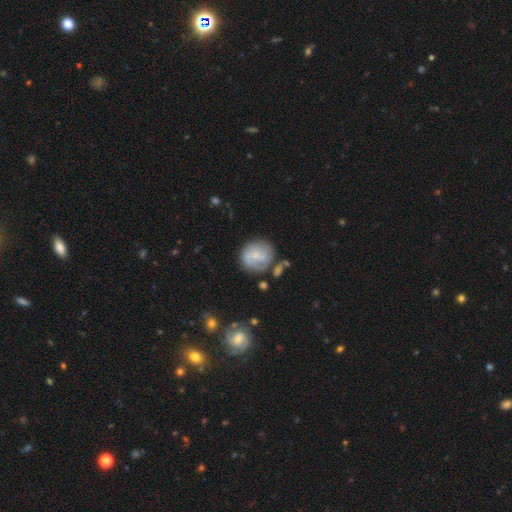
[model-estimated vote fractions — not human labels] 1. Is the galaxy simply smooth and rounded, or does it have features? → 49% featured or disk, 44% smooth, 7% star or artifact.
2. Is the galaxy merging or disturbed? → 61% none, 21% minor disturbance, 10% major disturbance, 8% merger.